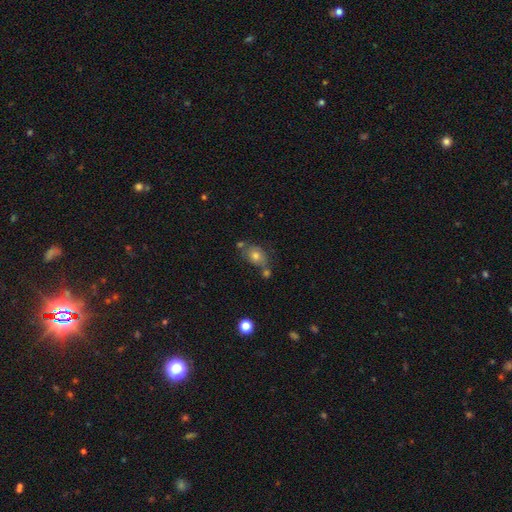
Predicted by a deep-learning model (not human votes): Smooth or featured?
  - smooth: 70% *
  - featured or disk: 16%
  - star or artifact: 13%
How rounded?
  - in between: 54% *
  - round: 44%
  - cigar-shaped: 2%
Merging?
  - none: 60% *
  - merger: 19%
  - minor disturbance: 17%
  - major disturbance: 5%